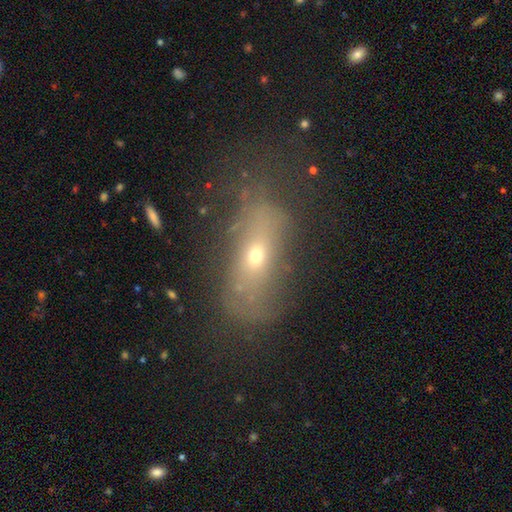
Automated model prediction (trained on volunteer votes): Q: Smooth or featured?
A: smooth (43%); runner-up: featured or disk (41%)
Q: Merging?
A: none (46%); runner-up: major disturbance (27%)